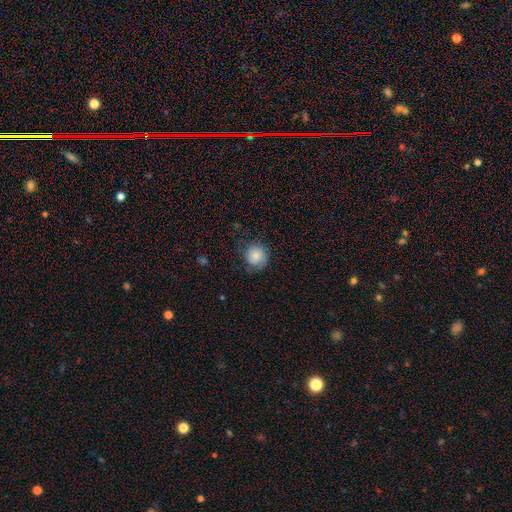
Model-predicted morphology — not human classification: smooth_or_featured: smooth (p=0.77) [alt: featured or disk p=0.15]
how_rounded: round (p=0.87) [alt: in between p=0.12]
merging: none (p=0.66) [alt: minor disturbance p=0.24]